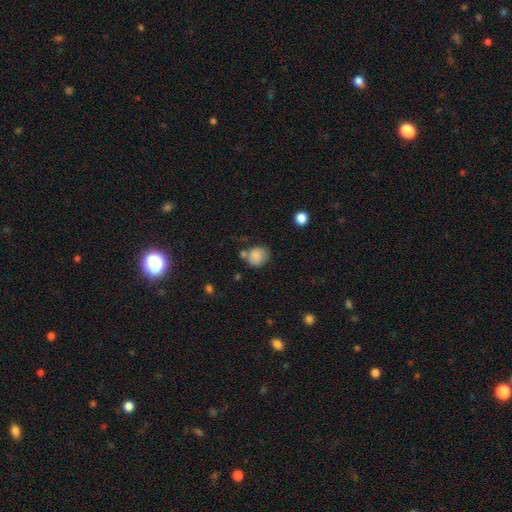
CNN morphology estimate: This appears to be a smooth galaxy with no disk features (83%) that is round (71%). Merging: none (57%).